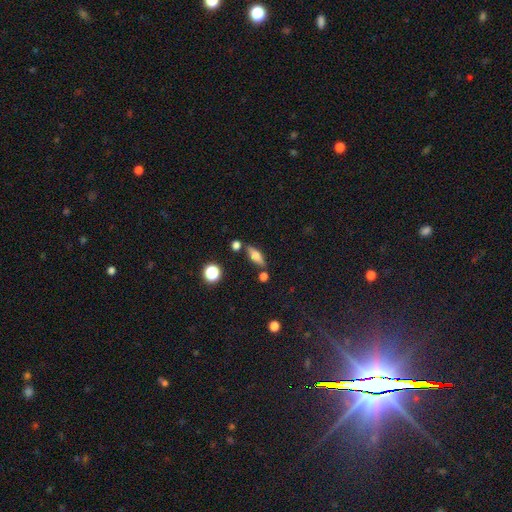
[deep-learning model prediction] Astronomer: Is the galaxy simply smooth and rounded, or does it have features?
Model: smooth — 51% (runner-up: featured or disk, 40%).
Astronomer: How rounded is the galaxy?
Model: in between — 50% (runner-up: cigar-shaped, 44%).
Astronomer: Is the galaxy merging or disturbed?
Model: none — 76%.